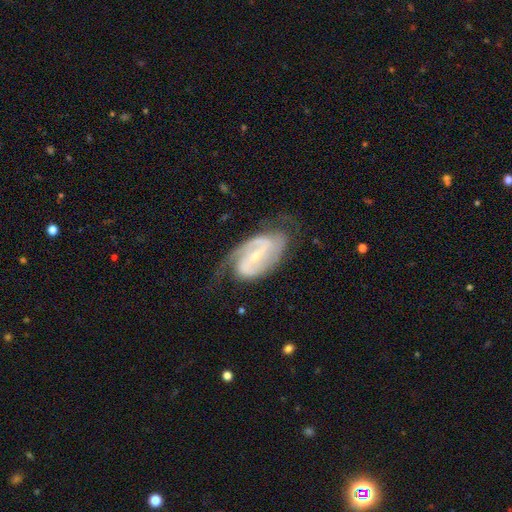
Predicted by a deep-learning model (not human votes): The model was most divided on "bar": strong: 42%, weak: 39%, no: 19%. Remaining: spiral arms — yes (96%); edge-on disk — no (96%); smooth or featured — featured or disk (88%); spiral arm count — 2 (85%); merging — none (66%); bulge size — small (65%); spiral winding — medium (46%).